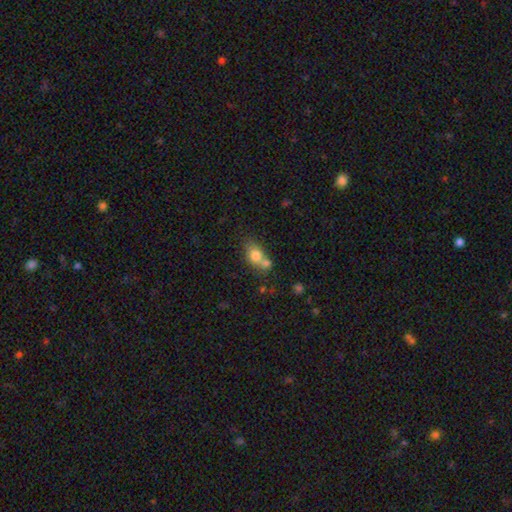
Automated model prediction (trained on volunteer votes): A smooth galaxy with no disk features (76%) that is in between round and cigar-shaped (65%). Merging: merger (47%).